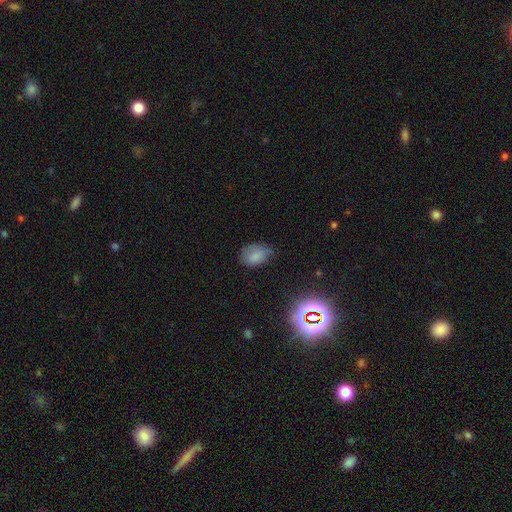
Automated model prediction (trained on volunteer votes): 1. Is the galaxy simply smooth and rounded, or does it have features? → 75% smooth, 14% star or artifact, 11% featured or disk.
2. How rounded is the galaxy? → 83% in between, 16% round, 1% cigar-shaped.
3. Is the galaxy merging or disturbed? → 53% none, 36% minor disturbance, 9% major disturbance, 2% merger.